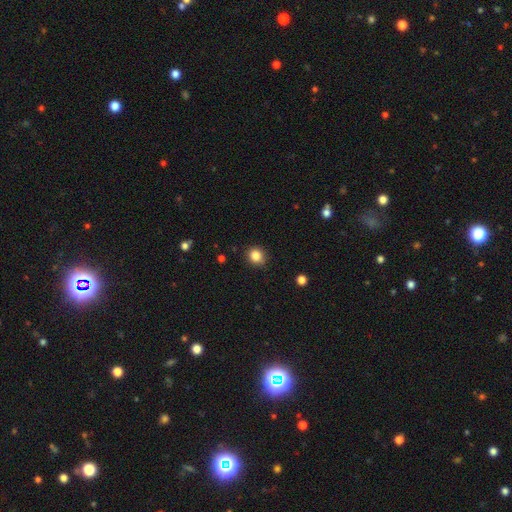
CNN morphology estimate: Smooth or featured? Predicted: smooth (p=0.85). How rounded? Predicted: round (p=0.82). Merging? Predicted: none (p=0.88).